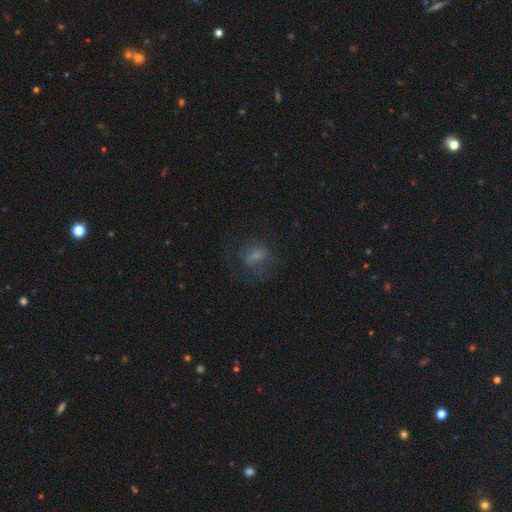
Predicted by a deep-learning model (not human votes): Smooth or featured? smooth (48%)
Merging? none (51%)